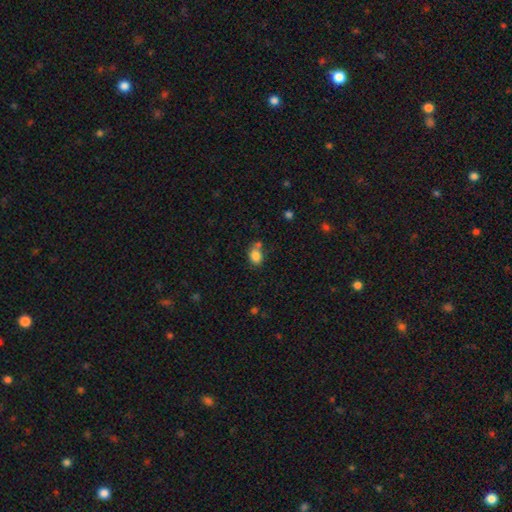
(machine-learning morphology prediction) Smooth or featured? smooth (83%)
How rounded? in between (60%)
Merging? none (52%)